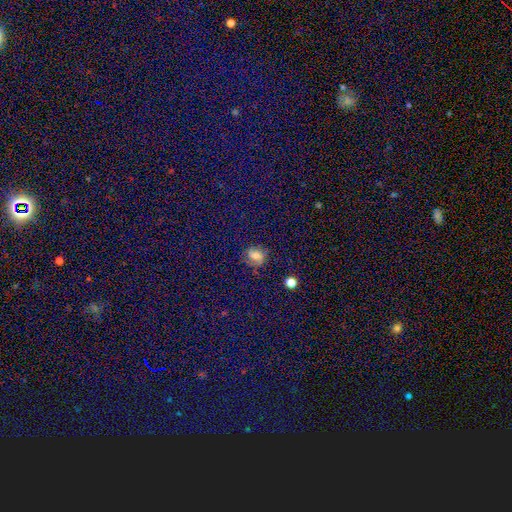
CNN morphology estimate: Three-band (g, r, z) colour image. It shows a smooth galaxy with no disk features (54%) that is round (53%). Merging: none (71%).